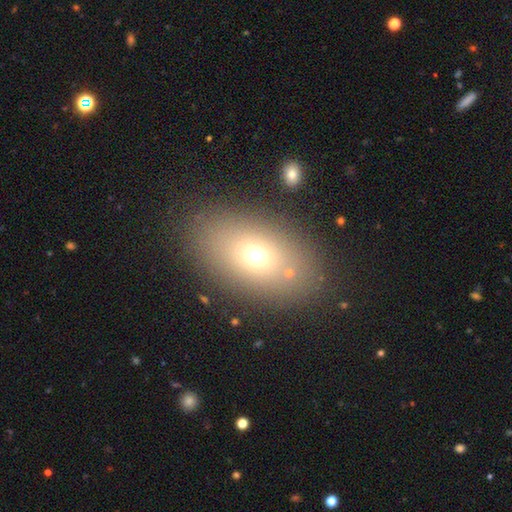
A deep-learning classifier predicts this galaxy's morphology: smooth 69%, featured or disk 16%, star or artifact 15%. Down the decision tree: how rounded — in between (82%); merging — none (81%).